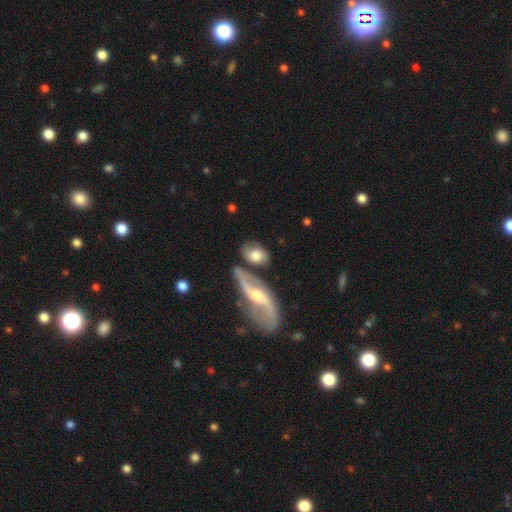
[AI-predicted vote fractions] The model was most divided on "smooth or featured": smooth: 59%, featured or disk: 35%, star or artifact: 6%. More confident: how rounded — in between (76%); merging — none (55%).